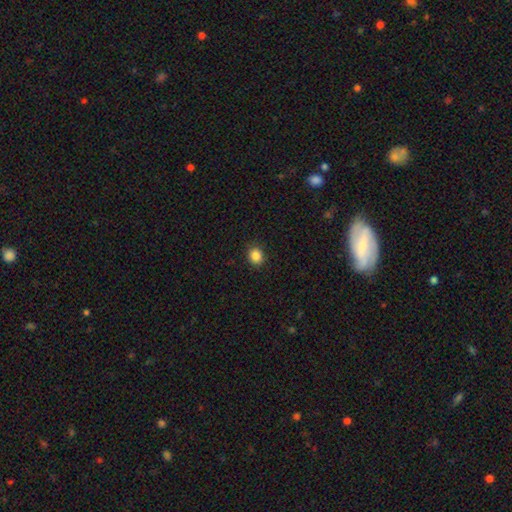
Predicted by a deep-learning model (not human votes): The model was most divided on "how rounded": round: 64%, in between: 35%, cigar-shaped: 1%. More confident: merging — none (90%); smooth or featured — smooth (86%).